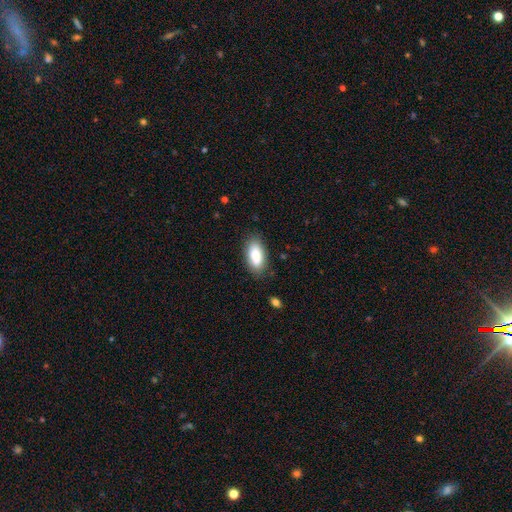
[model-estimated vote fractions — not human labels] This is clearly a smooth galaxy (87%). How rounded: clearly in between (89%). Merging: clearly none (83%).